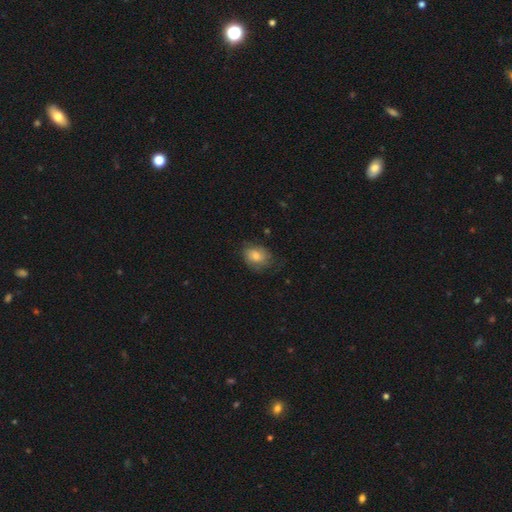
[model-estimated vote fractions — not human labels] A smooth galaxy with no disk features (70%) that is in between round and cigar-shaped (60%). Merging: none (61%).